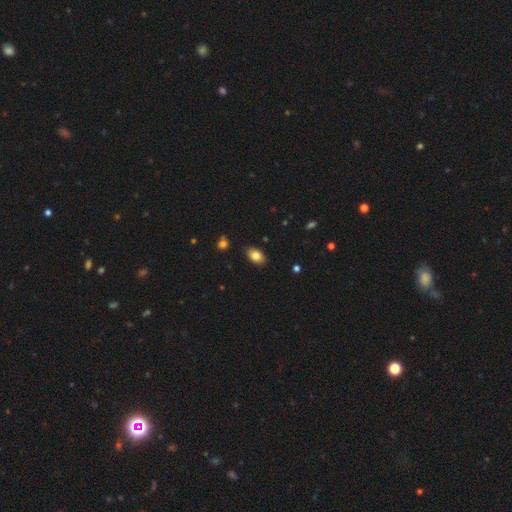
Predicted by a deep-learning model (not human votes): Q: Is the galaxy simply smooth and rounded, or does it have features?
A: smooth — 83%.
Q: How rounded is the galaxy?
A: in between — 88%.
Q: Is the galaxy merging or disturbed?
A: none — 87%.